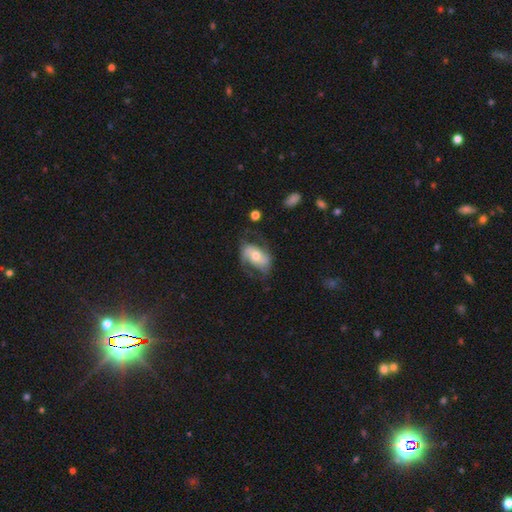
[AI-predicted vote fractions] The model was most divided on "bar": no: 51%, weak: 29%, strong: 19%. More confident: edge-on disk — no (94%); spiral arms — yes (74%); bulge size — moderate (64%); smooth or featured — featured or disk (58%); merging — none (52%).